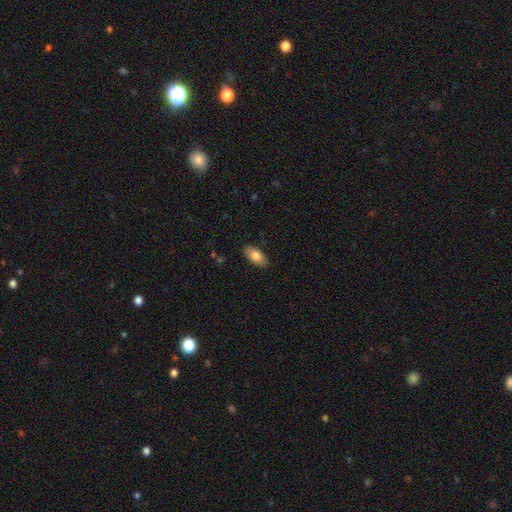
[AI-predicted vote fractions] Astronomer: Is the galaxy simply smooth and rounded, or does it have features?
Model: smooth — 81%.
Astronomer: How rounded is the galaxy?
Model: in between — 91%.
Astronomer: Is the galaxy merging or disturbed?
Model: none — 87%.